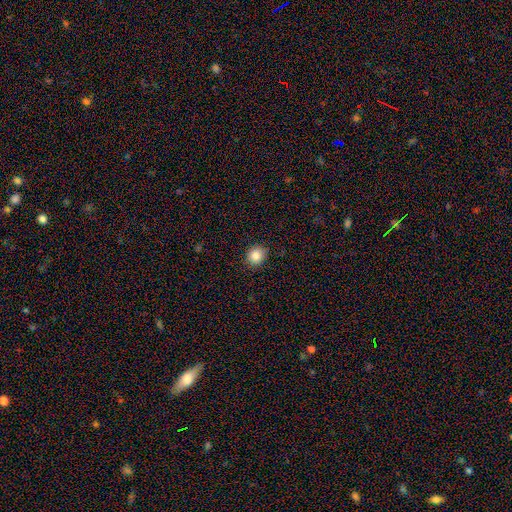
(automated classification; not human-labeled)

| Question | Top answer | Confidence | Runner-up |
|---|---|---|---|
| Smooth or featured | smooth | 85% | star or artifact (10%) |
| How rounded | round | 74% | in between (25%) |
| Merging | none | 87% | minor disturbance (10%) |